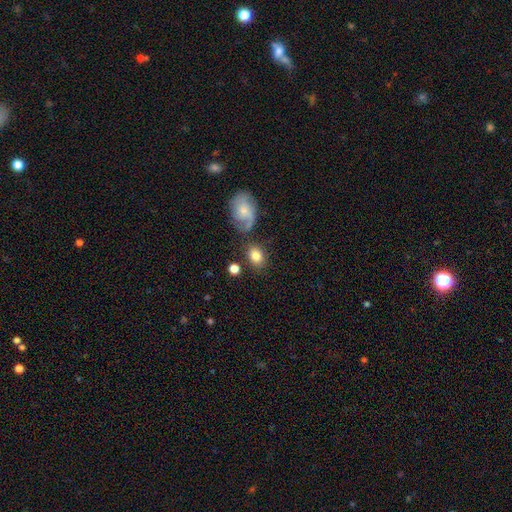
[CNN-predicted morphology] Smooth or featured? Predicted: smooth (p=0.79). How rounded? Predicted: in between (p=0.66). Merging? Predicted: none (p=0.65).